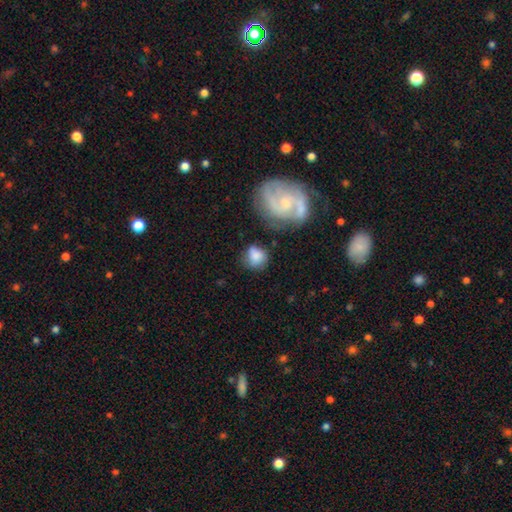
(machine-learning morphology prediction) type=smooth (71%); roundness=round (66%); merging=none (53%).